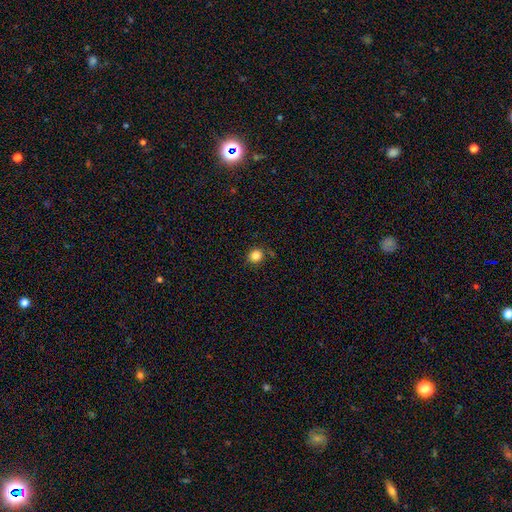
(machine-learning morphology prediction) Smooth or featured? Predicted: smooth (p=0.84). How rounded? Predicted: round (p=0.86). Merging? Predicted: none (p=0.86).